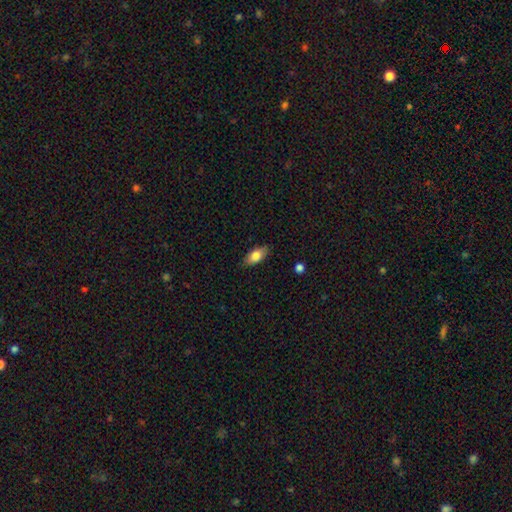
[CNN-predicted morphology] The model was most divided on "smooth or featured": smooth: 79%, featured or disk: 15%, star or artifact: 7%. More confident: how rounded — in between (87%); merging — none (83%).